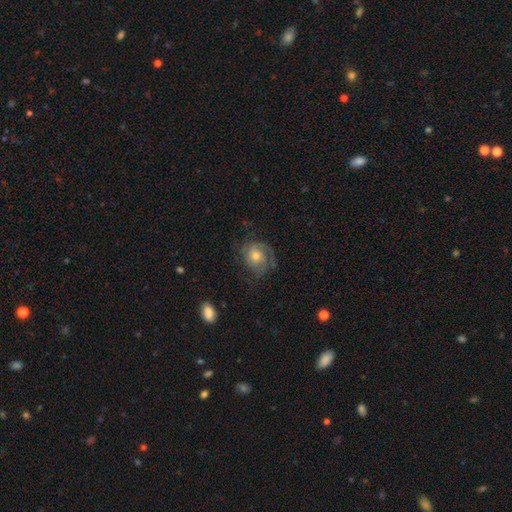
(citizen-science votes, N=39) This appears to be a featured or disk galaxy (77%) with no bar (73%), 1 (32%) tight (54%) spiral arms (93%) and a moderate central bulge (67%). Merging: none (42%).